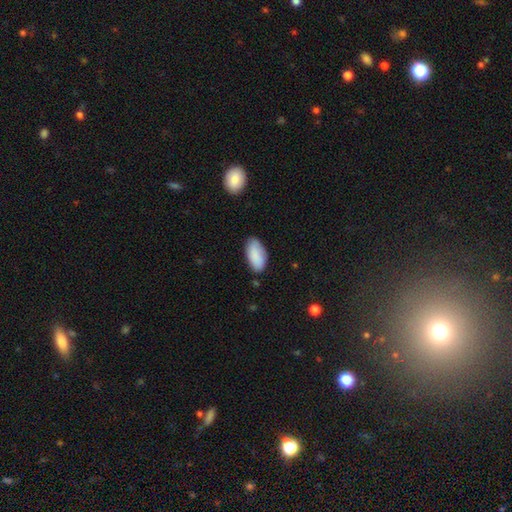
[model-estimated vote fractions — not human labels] The model was most divided on "merging": none: 79%, minor disturbance: 16%, major disturbance: 3%, merger: 2%. More confident: how rounded — in between (94%); smooth or featured — smooth (89%).